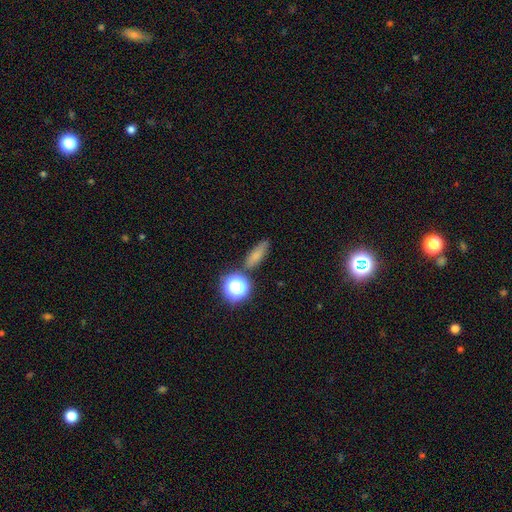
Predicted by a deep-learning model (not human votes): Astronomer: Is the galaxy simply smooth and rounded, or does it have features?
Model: smooth — 71%.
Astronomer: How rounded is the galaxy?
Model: in between — 47% (runner-up: cigar-shaped, 34%).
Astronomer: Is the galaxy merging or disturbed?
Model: none — 75%.